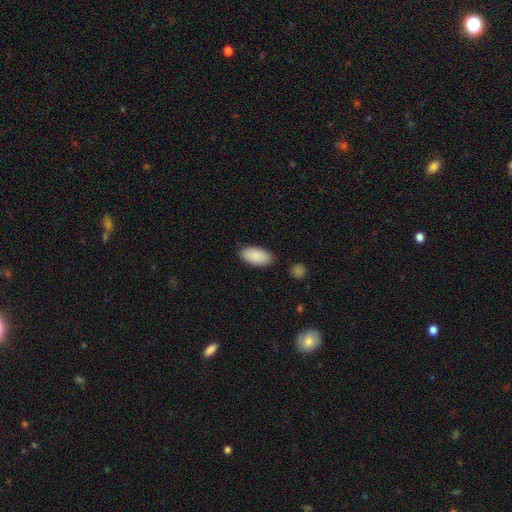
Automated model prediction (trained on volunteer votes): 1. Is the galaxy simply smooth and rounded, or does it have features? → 90% smooth, 6% star or artifact, 4% featured or disk.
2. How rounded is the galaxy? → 95% in between, 3% cigar-shaped, 2% round.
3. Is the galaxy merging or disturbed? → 85% none, 11% minor disturbance, 3% major disturbance, 2% merger.